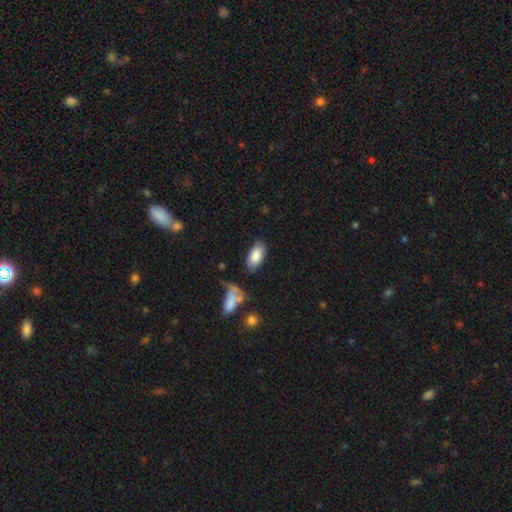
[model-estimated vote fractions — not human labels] Q: Smooth or featured?
A: smooth (84%); runner-up: featured or disk (9%)
Q: How rounded?
A: in between (92%); runner-up: cigar-shaped (5%)
Q: Merging?
A: none (75%); runner-up: minor disturbance (16%)